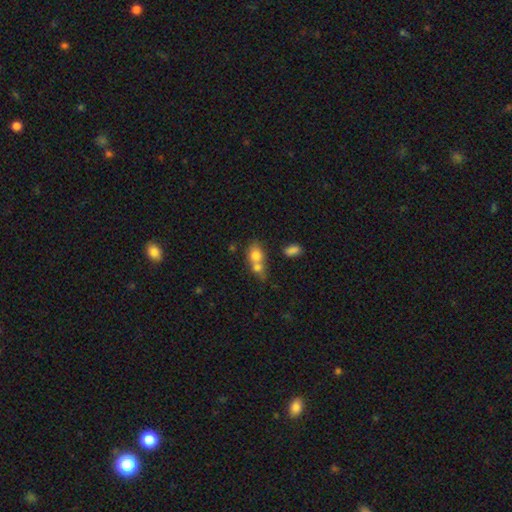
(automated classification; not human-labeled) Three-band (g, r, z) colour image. It shows a smooth galaxy with no disk features (74%) that is in between round and cigar-shaped (50%). Merging: merger (65%).